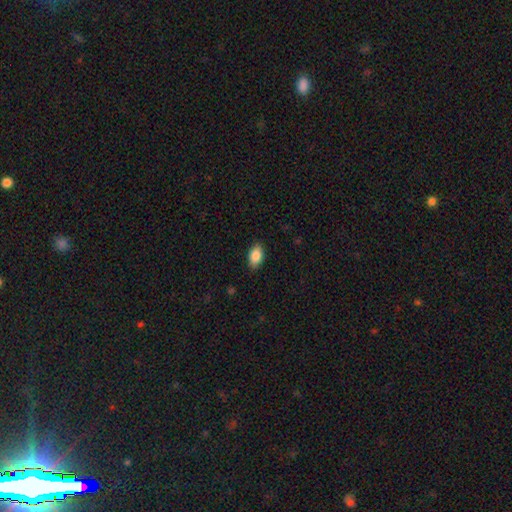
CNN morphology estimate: Smooth or featured? Predicted: smooth (p=0.87). How rounded? Predicted: in between (p=0.91). Merging? Predicted: none (p=0.87).